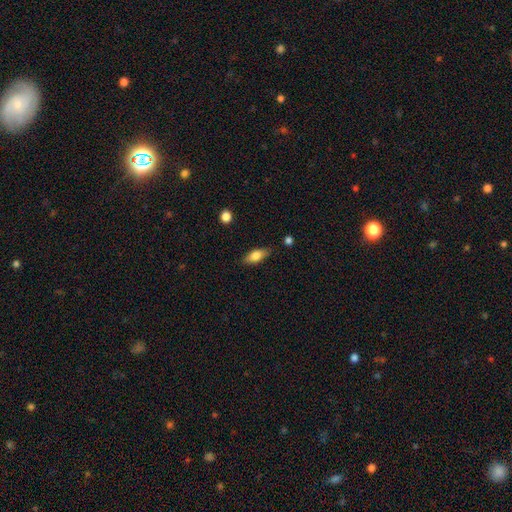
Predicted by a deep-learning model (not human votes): smooth 76%, featured or disk 17%, star or artifact 7%. Down the decision tree: how rounded — in between (81%); merging — none (80%).